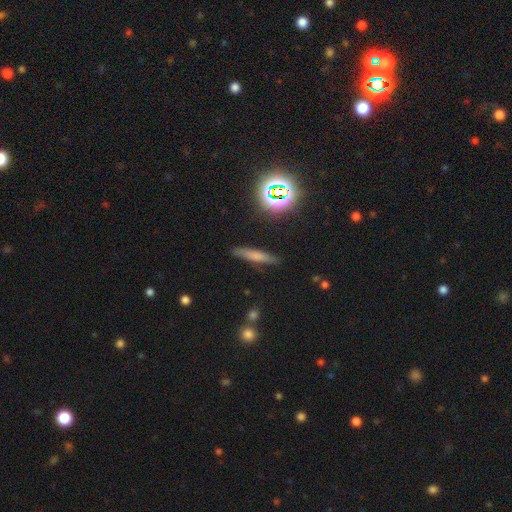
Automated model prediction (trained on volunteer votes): smooth_or_featured: smooth (p=0.62) [alt: featured or disk p=0.22]
how_rounded: cigar-shaped (p=0.85) [alt: in between p=0.11]
merging: none (p=0.85) [alt: minor disturbance p=0.10]